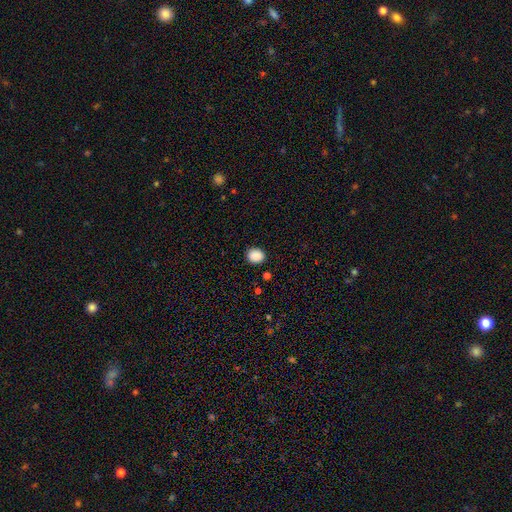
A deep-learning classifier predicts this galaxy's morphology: This is clearly a smooth galaxy (88%). How rounded: likely round (62%). Merging: clearly none (89%).